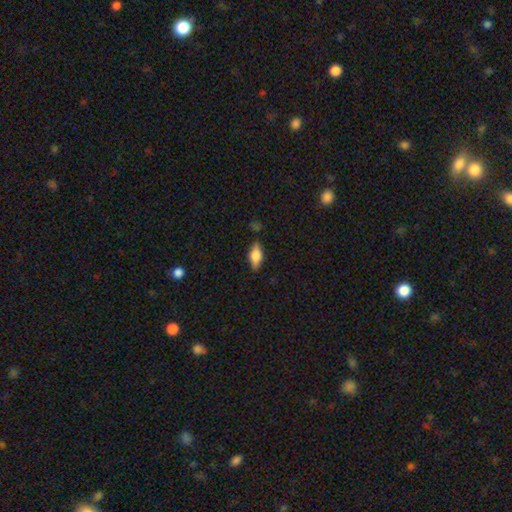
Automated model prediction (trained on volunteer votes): smooth-or-featured: smooth: 65% | featured or disk: 28% | star or artifact: 7%
  how-rounded: in between: 78% | cigar-shaped: 18% | round: 4%
  merging: none: 81% | minor disturbance: 13% | major disturbance: 3% | merger: 2%